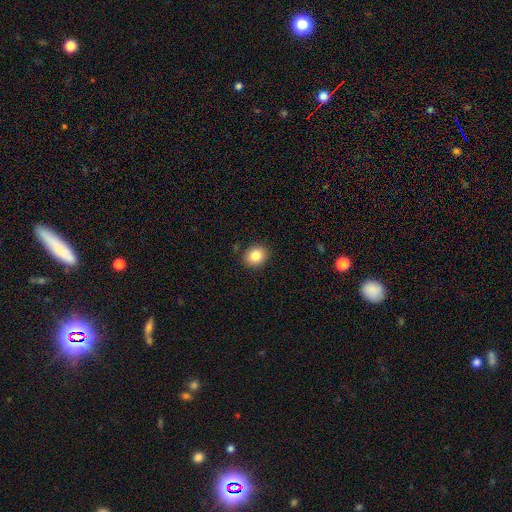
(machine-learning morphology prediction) Smooth or featured? smooth (83%)
How rounded? round (71%)
Merging? none (89%)